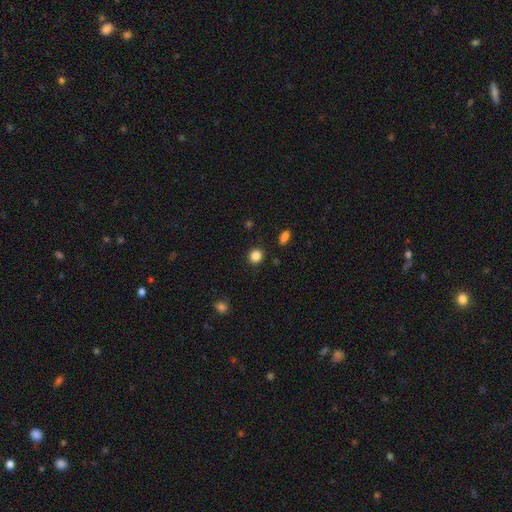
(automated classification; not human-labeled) A smooth galaxy with no disk features (85%) that is round (88%). Merging: none (90%).